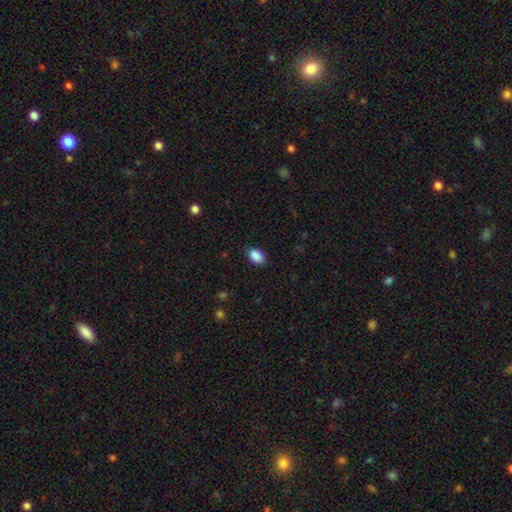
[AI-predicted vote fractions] smooth 89%, star or artifact 8%, featured or disk 3%. Down the decision tree: how rounded — in between (83%); merging — none (86%).